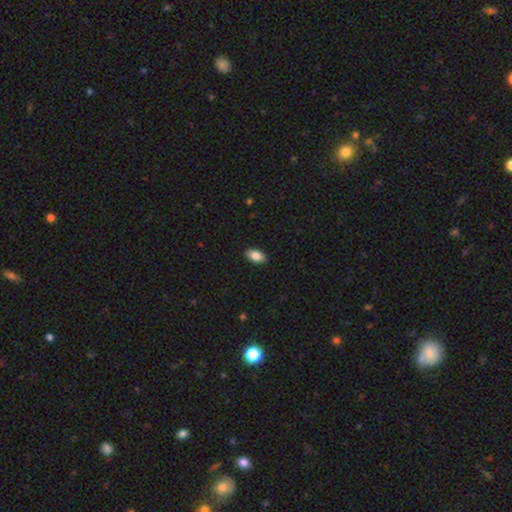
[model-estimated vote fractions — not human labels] This appears to be a smooth galaxy with no disk features (85%) that is in between round and cigar-shaped (93%). Merging: none (90%).